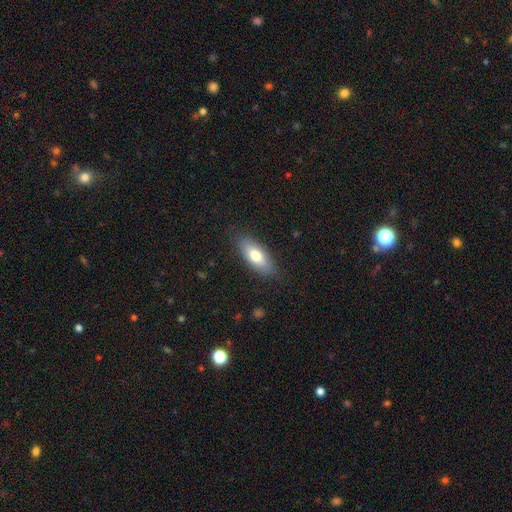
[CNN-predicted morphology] Smooth or featured? smooth (73%)
How rounded? in between (80%)
Merging? none (83%)